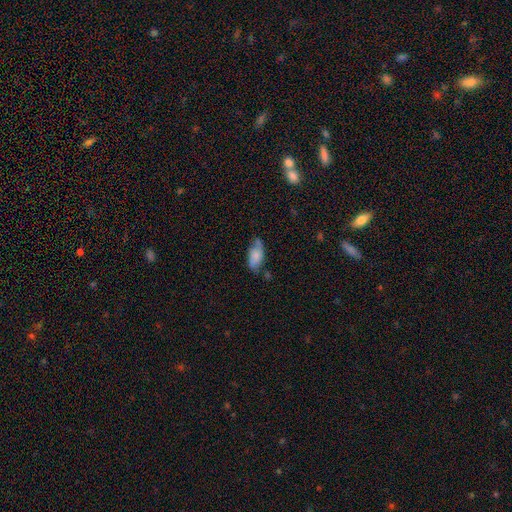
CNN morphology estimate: A smooth galaxy with no disk features (70%) that is in between round and cigar-shaped (88%).

Vote fractions:
- Smooth or featured? smooth: 70% / featured or disk: 23% / star or artifact: 7%
- How rounded? in between: 88% / cigar-shaped: 9% / round: 3%
- Merging? none: 54% / minor disturbance: 32% / major disturbance: 9% / merger: 5%